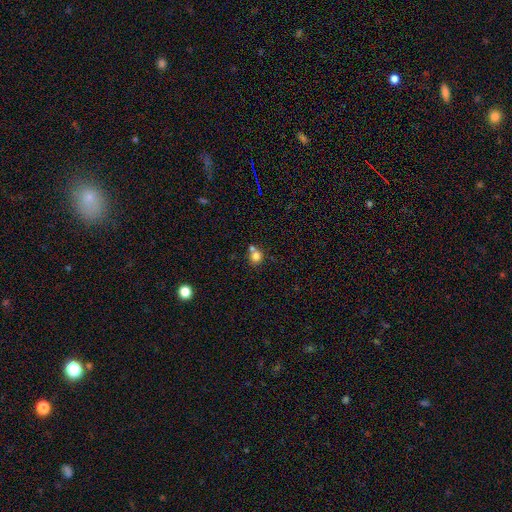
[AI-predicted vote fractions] Q: Smooth or featured?
A: smooth (80%); runner-up: star or artifact (12%)
Q: How rounded?
A: round (82%); runner-up: in between (17%)
Q: Merging?
A: none (52%); runner-up: merger (36%)